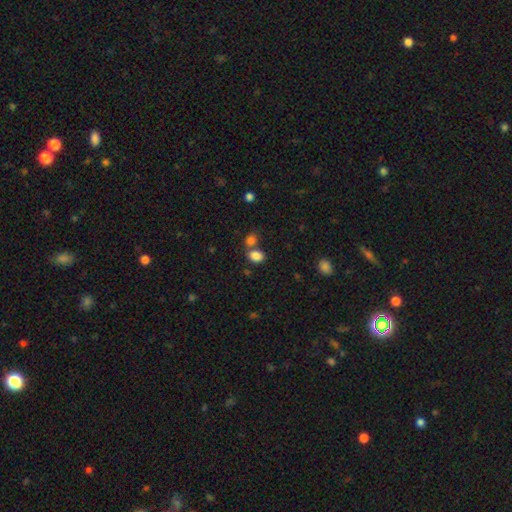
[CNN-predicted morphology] This is clearly a smooth galaxy (84%). How rounded: likely in between (71%). Merging: possibly none (54%).